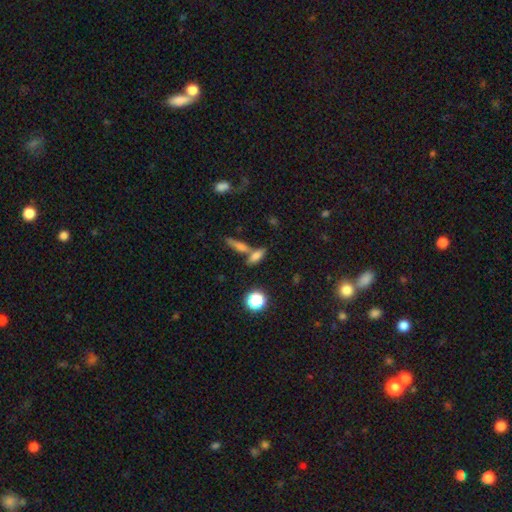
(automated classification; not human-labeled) Q: Smooth or featured?
A: smooth (69%); runner-up: featured or disk (18%)
Q: How rounded?
A: in between (57%); runner-up: cigar-shaped (35%)
Q: Merging?
A: none (51%); runner-up: merger (35%)